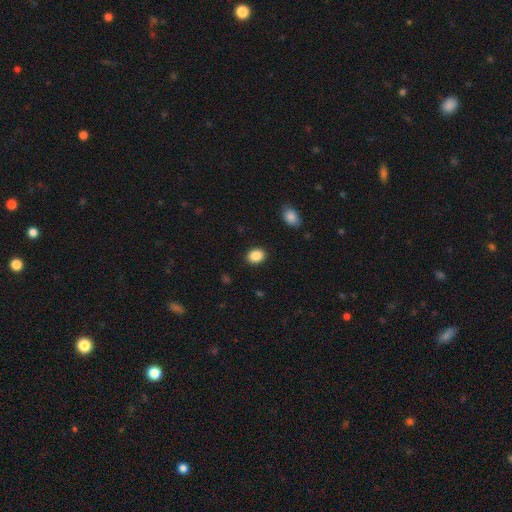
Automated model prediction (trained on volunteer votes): The model was most divided on "how rounded": in between: 58%, round: 41%, cigar-shaped: 1%. More confident: merging — none (90%); smooth or featured — smooth (88%).